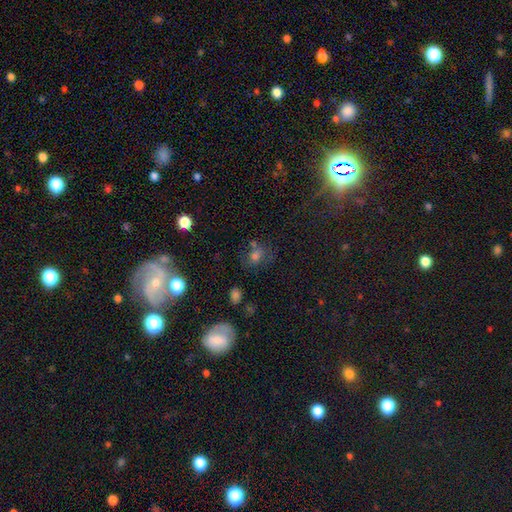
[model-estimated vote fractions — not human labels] A smooth galaxy with no disk features (55%) that is round (55%).

Vote fractions:
- Smooth or featured? smooth: 55% / star or artifact: 30% / featured or disk: 14%
- How rounded? round: 55% / in between: 43% / cigar-shaped: 2%
- Merging? none: 60% / minor disturbance: 17% / merger: 13% / major disturbance: 9%